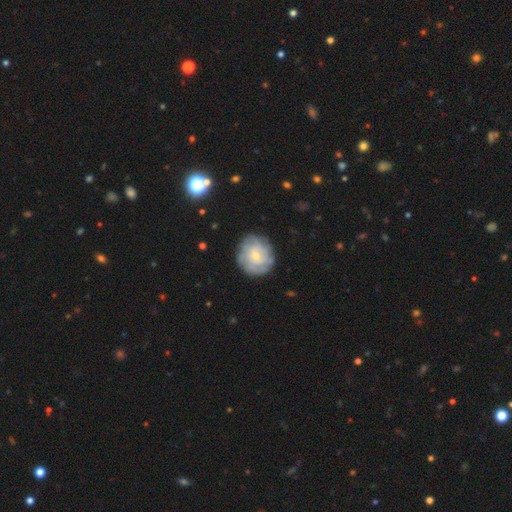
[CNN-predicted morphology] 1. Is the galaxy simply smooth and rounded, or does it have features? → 58% featured or disk, 35% smooth, 7% star or artifact.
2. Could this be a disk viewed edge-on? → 97% no, 3% yes.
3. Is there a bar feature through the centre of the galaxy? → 76% no, 21% weak, 3% strong.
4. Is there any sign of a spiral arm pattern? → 78% yes, 22% no.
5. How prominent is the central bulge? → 71% small, 25% moderate, 2% none, 2% large, 1% dominant.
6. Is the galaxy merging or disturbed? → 79% none, 15% minor disturbance, 5% major disturbance, 1% merger.